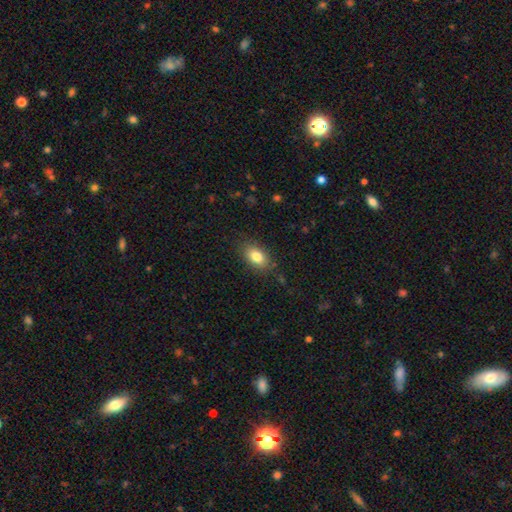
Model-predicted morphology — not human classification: Smooth or featured? Predicted: smooth (p=0.82). How rounded? Predicted: in between (p=0.86). Merging? Predicted: none (p=0.83).